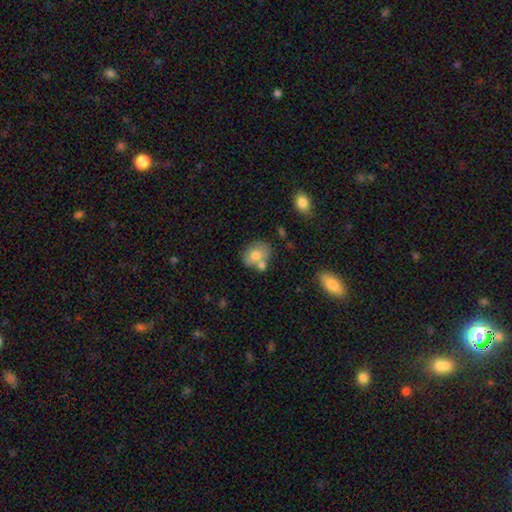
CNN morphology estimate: type=smooth (69%); roundness=round (51%); merging=none (50%).